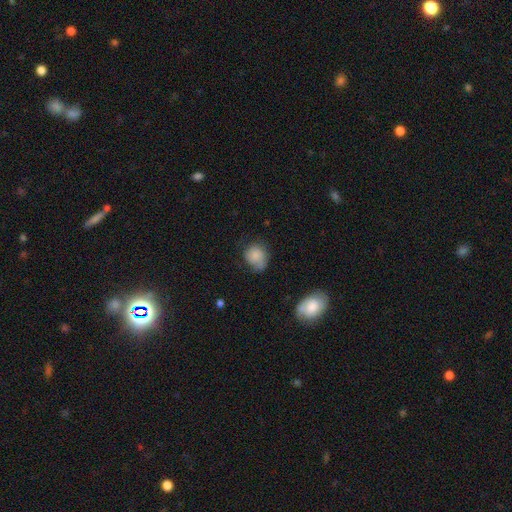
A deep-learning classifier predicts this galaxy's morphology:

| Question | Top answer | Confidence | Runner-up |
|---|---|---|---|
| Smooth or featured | smooth | 78% | featured or disk (14%) |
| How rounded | round | 68% | in between (31%) |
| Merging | none | 48% | minor disturbance (34%) |